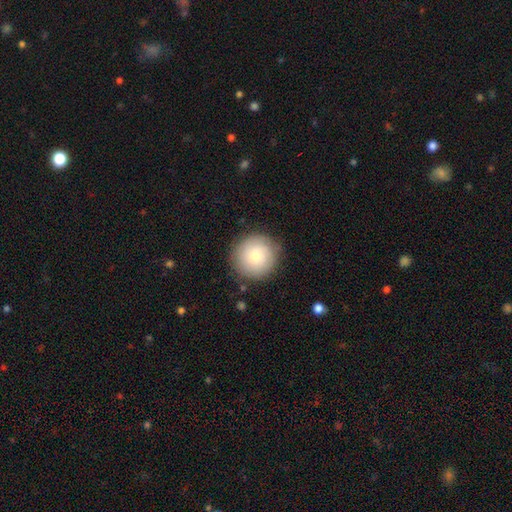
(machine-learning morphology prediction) Smooth or featured: smooth — 76% (featured or disk — 17%)
How rounded: round — 95% (in between — 4%)
Merging: none — 85% (minor disturbance — 11%)